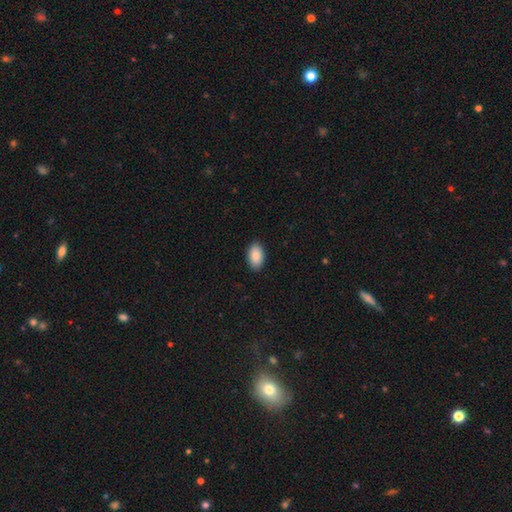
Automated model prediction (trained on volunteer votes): This appears to be a smooth galaxy with no disk features (88%) that is in between round and cigar-shaped (94%). Merging: none (90%).